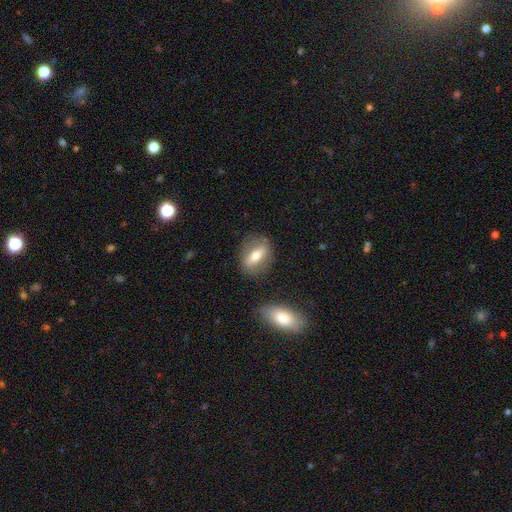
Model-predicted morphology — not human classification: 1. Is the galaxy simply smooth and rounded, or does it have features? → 54% smooth, 39% featured or disk, 7% star or artifact.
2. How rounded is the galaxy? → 66% in between, 20% cigar-shaped, 14% round.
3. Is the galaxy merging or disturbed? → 80% none, 12% minor disturbance, 5% major disturbance, 3% merger.